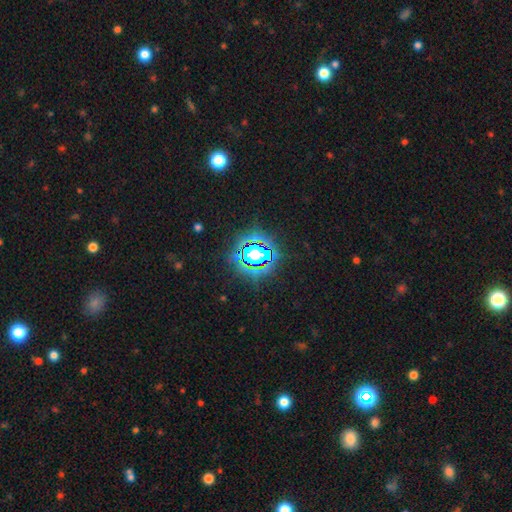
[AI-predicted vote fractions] The model was most divided on "smooth or featured": star or artifact: 79%, smooth: 13%, featured or disk: 7%.